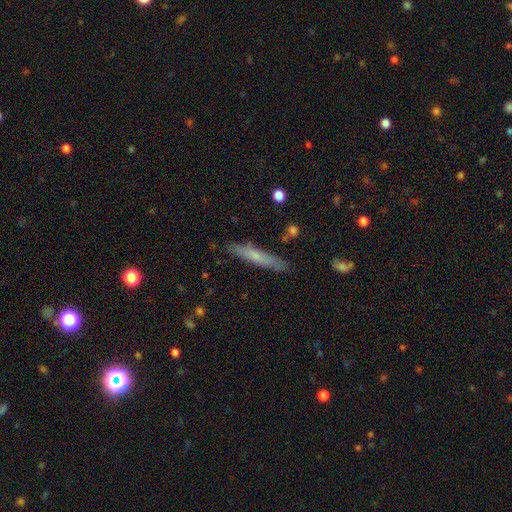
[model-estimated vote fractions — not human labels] The model was most divided on "smooth or featured": smooth: 58%, featured or disk: 36%, star or artifact: 6%. More confident: how rounded — cigar-shaped (92%); merging — none (85%).